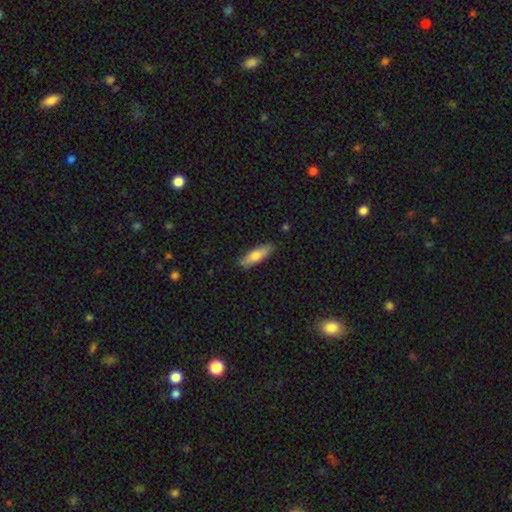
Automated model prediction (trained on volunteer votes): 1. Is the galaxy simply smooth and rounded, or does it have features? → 68% smooth, 26% featured or disk, 6% star or artifact.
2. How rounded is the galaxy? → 58% cigar-shaped, 40% in between, 2% round.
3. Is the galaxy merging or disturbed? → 86% none, 11% minor disturbance, 2% major disturbance, 1% merger.